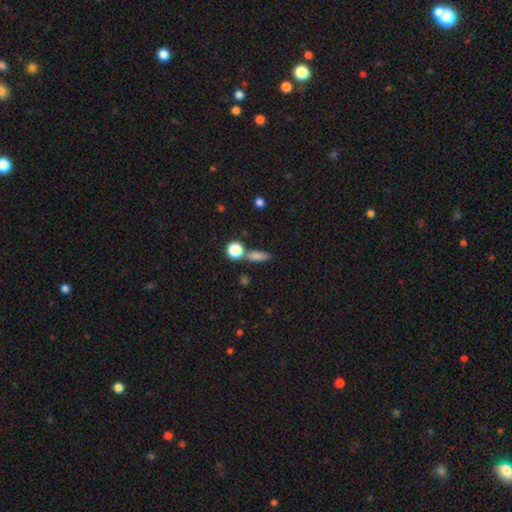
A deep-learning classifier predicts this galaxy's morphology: smooth 54%, star or artifact 31%, featured or disk 15%. Down the decision tree: how rounded — in between (46%); merging — none (62%).